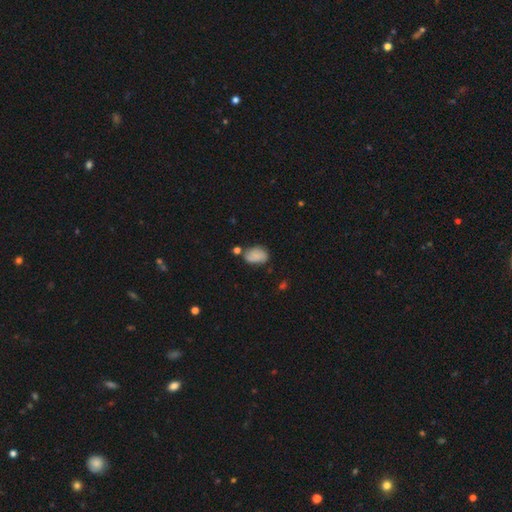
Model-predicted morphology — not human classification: smooth-or-featured: smooth: 79% | featured or disk: 11% | star or artifact: 10%
  how-rounded: in between: 85% | round: 14% | cigar-shaped: 1%
  merging: none: 57% | minor disturbance: 25% | merger: 11% | major disturbance: 7%